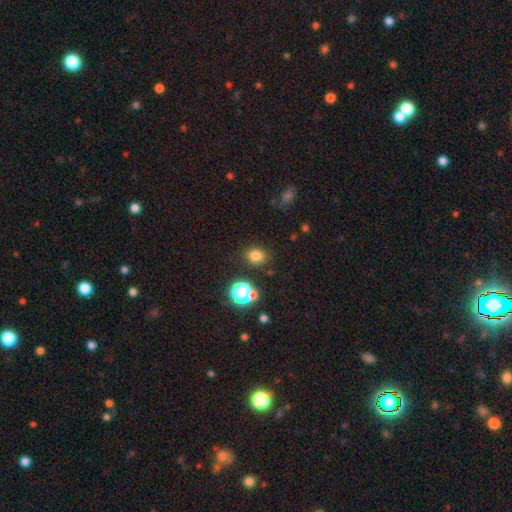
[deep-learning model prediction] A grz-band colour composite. It shows a smooth galaxy with no disk features (78%) that is round (59%). Merging: none (84%).